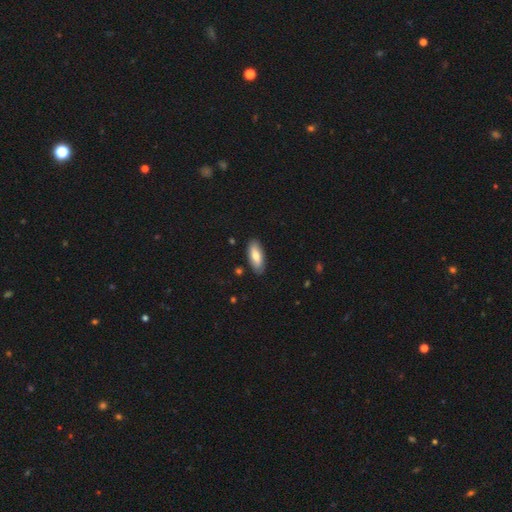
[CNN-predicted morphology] Smooth or featured? smooth (74%)
How rounded? in between (79%)
Merging? none (86%)